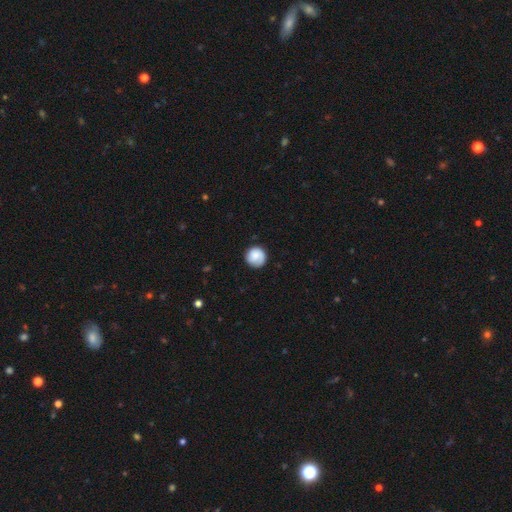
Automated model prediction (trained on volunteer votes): Smooth or featured? smooth (76%)
How rounded? round (93%)
Merging? none (81%)